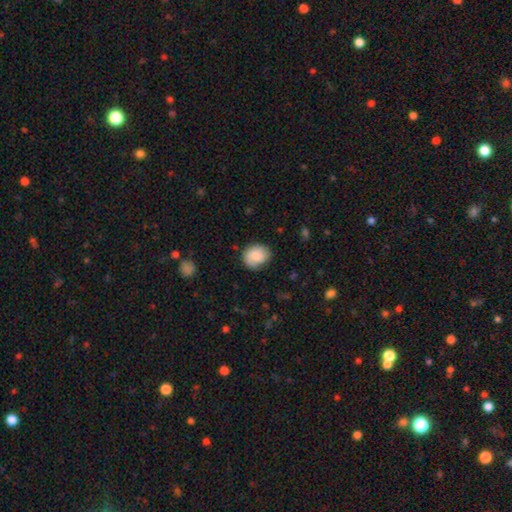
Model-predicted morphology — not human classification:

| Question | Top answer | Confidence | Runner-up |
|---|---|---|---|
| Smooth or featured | smooth | 81% | featured or disk (12%) |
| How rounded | round | 66% | in between (33%) |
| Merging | none | 76% | minor disturbance (18%) |